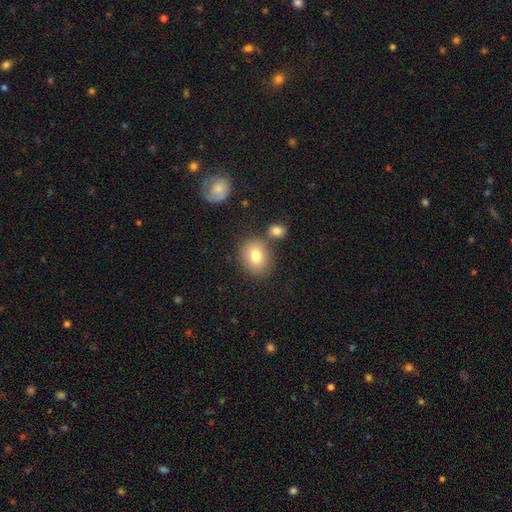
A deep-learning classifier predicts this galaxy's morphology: smooth-or-featured: smooth: 78% | featured or disk: 13% | star or artifact: 10%
  how-rounded: round: 62% | in between: 37% | cigar-shaped: 1%
  merging: none: 70% | merger: 14% | minor disturbance: 12% | major disturbance: 4%